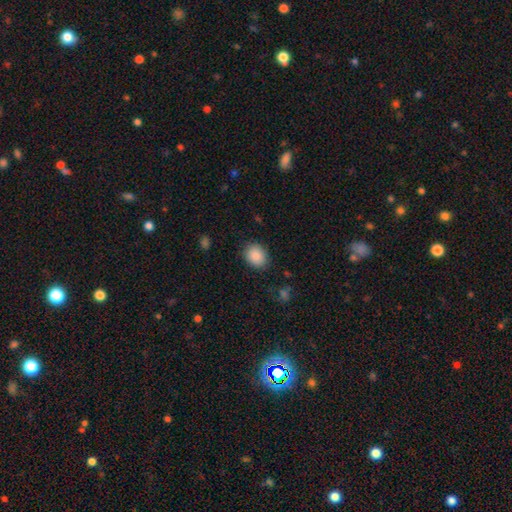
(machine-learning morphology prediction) smooth_or_featured: smooth (p=0.89) [alt: star or artifact p=0.08]
how_rounded: round (p=0.53) [alt: in between p=0.46]
merging: none (p=0.86) [alt: minor disturbance p=0.10]